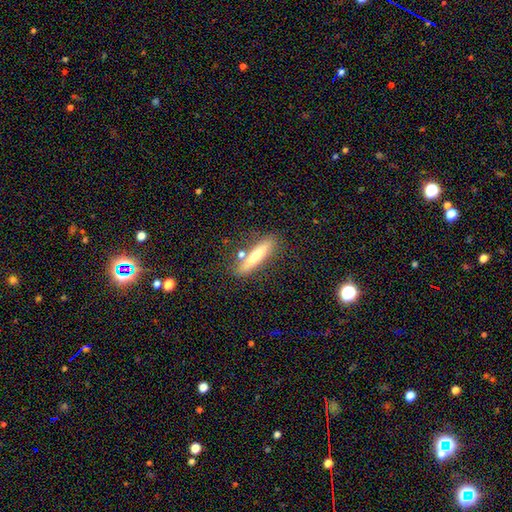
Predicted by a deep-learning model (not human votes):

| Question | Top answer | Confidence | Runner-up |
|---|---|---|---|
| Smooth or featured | smooth | 57% | featured or disk (35%) |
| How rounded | cigar-shaped | 87% | in between (11%) |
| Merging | none | 78% | minor disturbance (12%) |